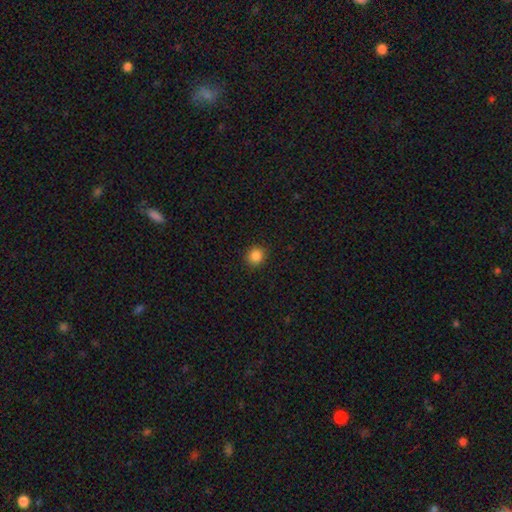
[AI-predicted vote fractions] Smooth or featured?
  - smooth: 86% *
  - star or artifact: 11%
  - featured or disk: 3%
How rounded?
  - round: 84% *
  - in between: 15%
  - cigar-shaped: 1%
Merging?
  - none: 90% *
  - minor disturbance: 7%
  - major disturbance: 2%
  - merger: 1%